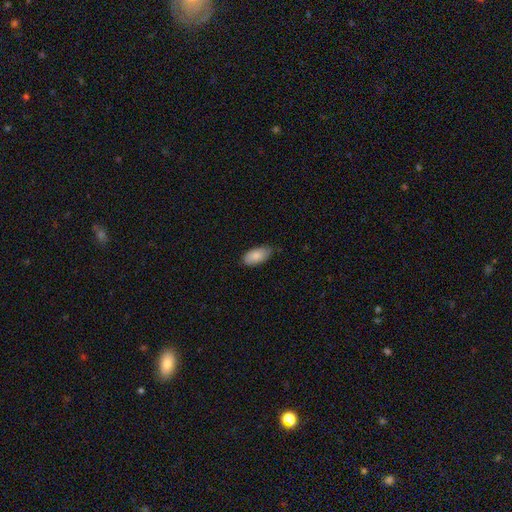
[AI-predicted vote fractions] Smooth or featured?
  - smooth: 85% *
  - featured or disk: 8%
  - star or artifact: 6%
How rounded?
  - in between: 93% *
  - cigar-shaped: 4%
  - round: 2%
Merging?
  - none: 78% *
  - minor disturbance: 18%
  - major disturbance: 2%
  - merger: 1%